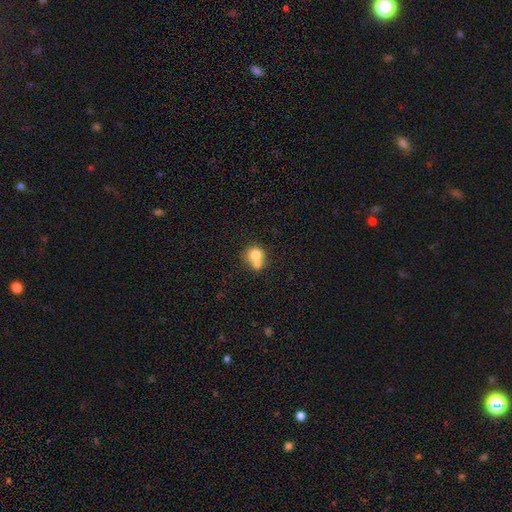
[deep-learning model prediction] A smooth galaxy with no disk features (73%) that is round (76%).

Vote fractions:
- Smooth or featured? smooth: 73% / featured or disk: 17% / star or artifact: 10%
- How rounded? round: 76% / in between: 24% / cigar-shaped: 1%
- Merging? merger: 59% / none: 30% / minor disturbance: 7% / major disturbance: 3%